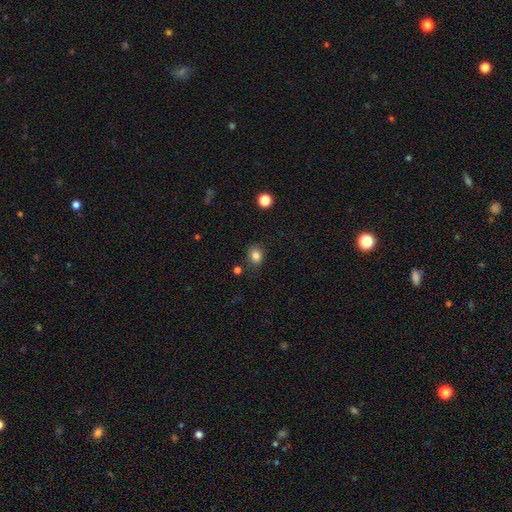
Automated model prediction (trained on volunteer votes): Morphology: type=smooth (84%); roundness=round (65%); merging=none (78%).